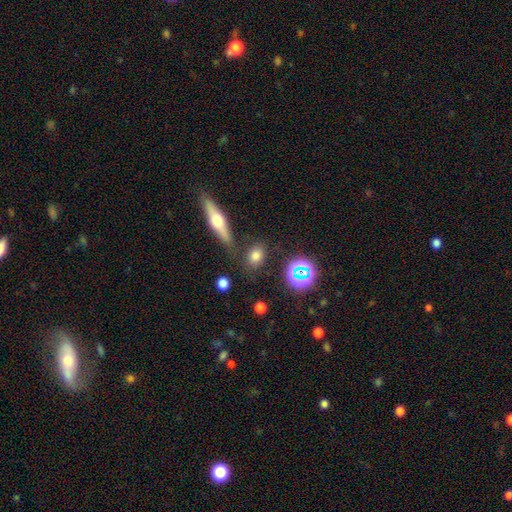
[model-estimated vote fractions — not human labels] Smooth or featured? smooth (73%)
How rounded? in between (57%)
Merging? none (79%)